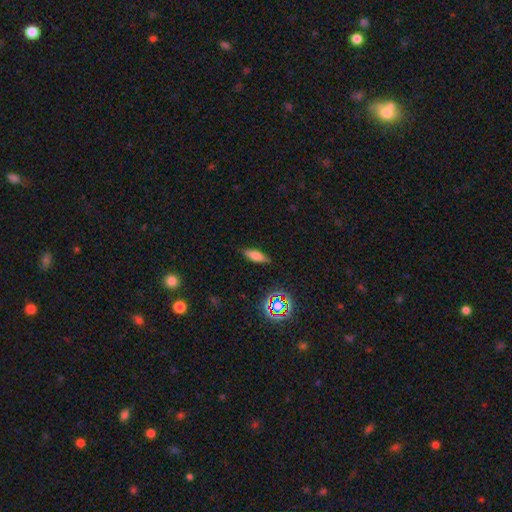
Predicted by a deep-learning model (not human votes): A smooth galaxy with no disk features (69%) that is in between round and cigar-shaped (59%). Merging: none (84%).